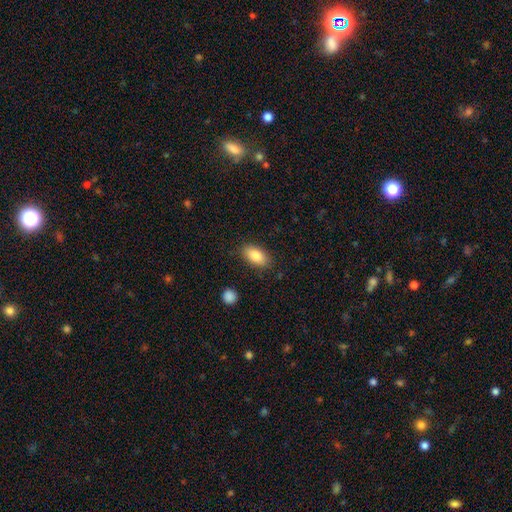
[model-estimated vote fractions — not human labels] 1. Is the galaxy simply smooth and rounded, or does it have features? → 84% smooth, 9% featured or disk, 7% star or artifact.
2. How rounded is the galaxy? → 91% in between, 5% cigar-shaped, 5% round.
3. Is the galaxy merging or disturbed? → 85% none, 11% minor disturbance, 3% major disturbance, 1% merger.